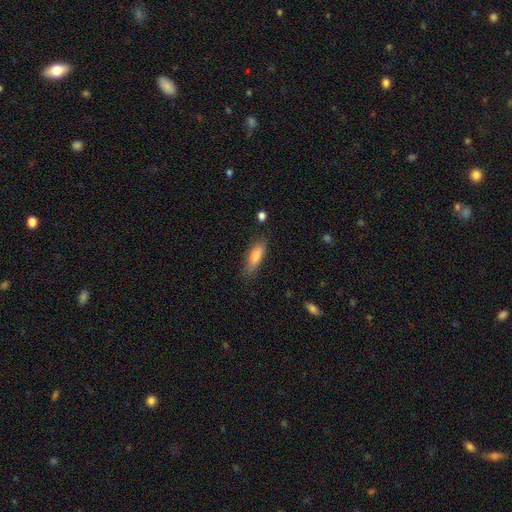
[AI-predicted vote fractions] Smooth or featured? Predicted: smooth (p=0.78). How rounded? Predicted: cigar-shaped (p=0.50). Merging? Predicted: none (p=0.80).